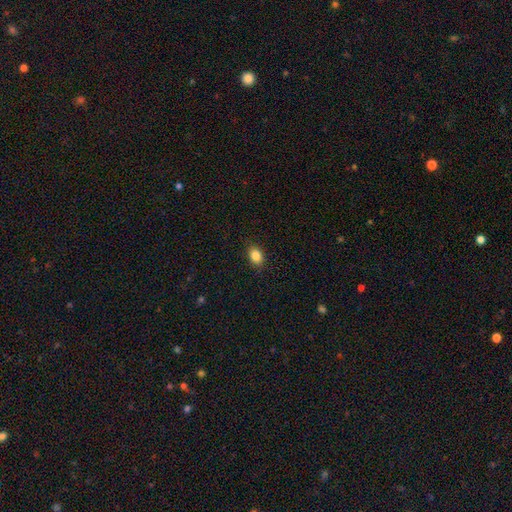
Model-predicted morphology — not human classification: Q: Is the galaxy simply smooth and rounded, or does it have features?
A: smooth — 86%.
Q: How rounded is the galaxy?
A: in between — 77%.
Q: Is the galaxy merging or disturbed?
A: none — 87%.